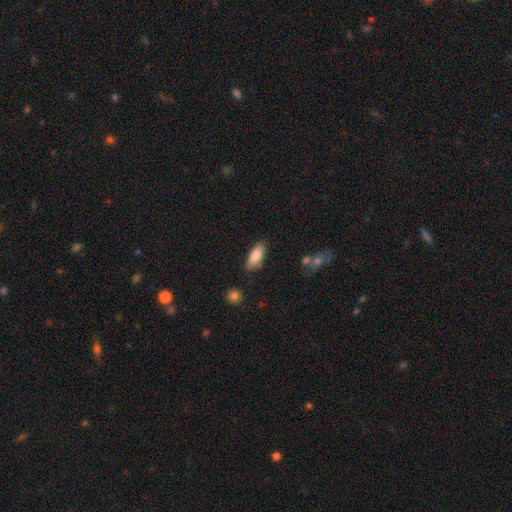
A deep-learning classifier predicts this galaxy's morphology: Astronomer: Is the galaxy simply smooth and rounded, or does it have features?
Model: smooth — 80%.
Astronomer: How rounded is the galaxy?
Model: in between — 79%.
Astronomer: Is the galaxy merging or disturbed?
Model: none — 82%.